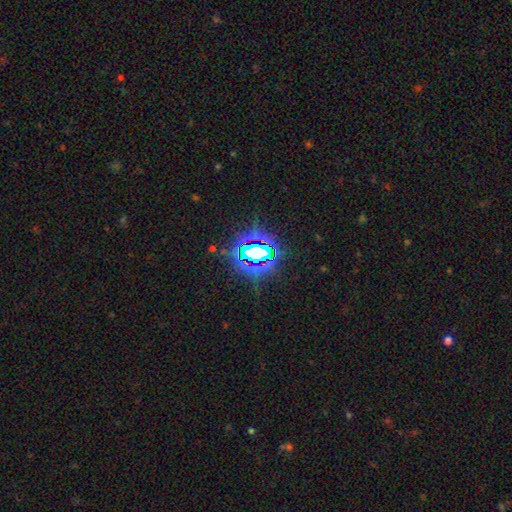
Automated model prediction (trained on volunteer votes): Morphology: type=star or artifact (77%).